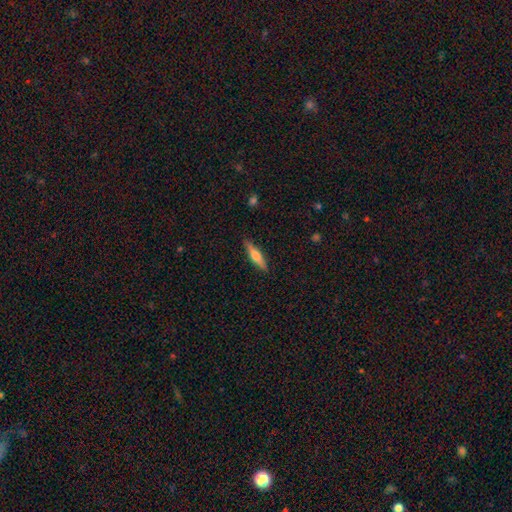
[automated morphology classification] Overall: smooth (51%; featured or disk 43%). How rounded: cigar-shaped (77%). Merging: none (88%).